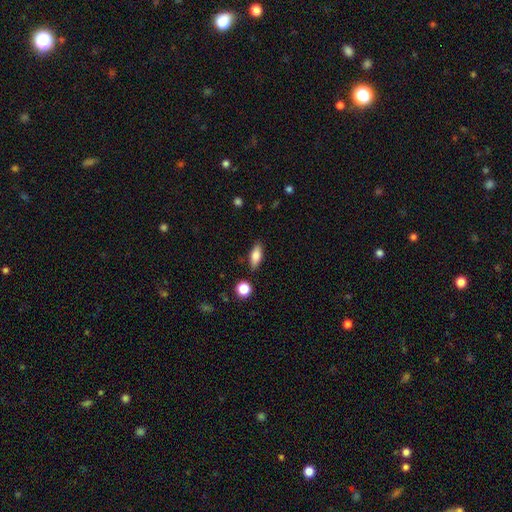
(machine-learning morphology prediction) smooth 79%, featured or disk 14%, star or artifact 7%. Down the decision tree: how rounded — in between (75%); merging — none (85%).